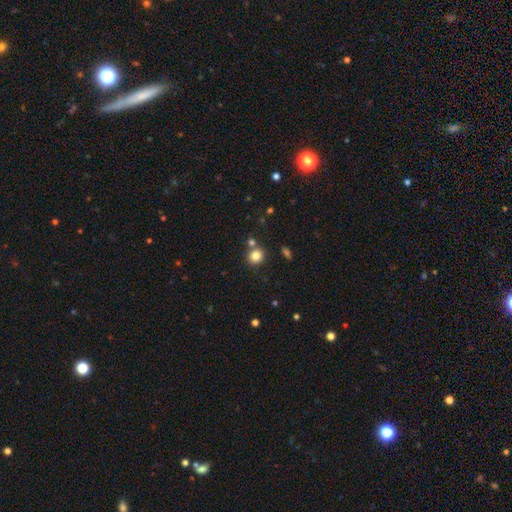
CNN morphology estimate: Overall: smooth (82%). How rounded: round (82%). Merging: none (75%).